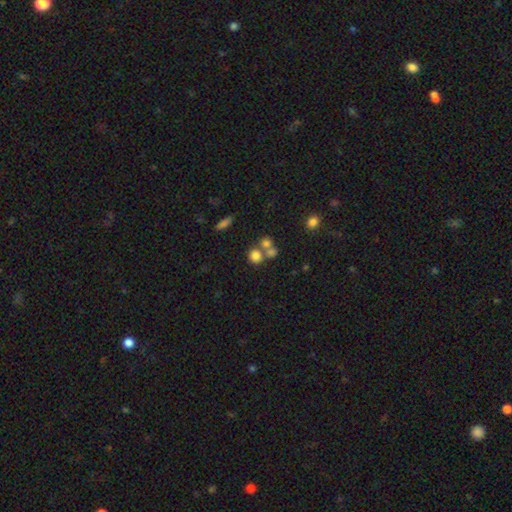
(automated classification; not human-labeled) A smooth galaxy with no disk features (74%) that is round (83%).

Vote fractions:
- Smooth or featured? smooth: 74% / star or artifact: 15% / featured or disk: 12%
- How rounded? round: 83% / in between: 16% / cigar-shaped: 1%
- Merging? none: 46% / merger: 43% / minor disturbance: 7% / major disturbance: 4%